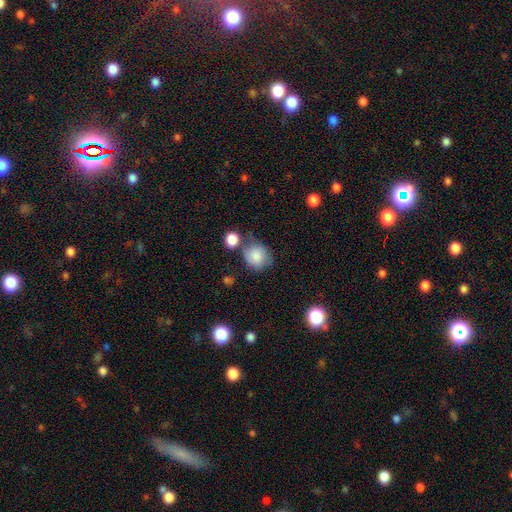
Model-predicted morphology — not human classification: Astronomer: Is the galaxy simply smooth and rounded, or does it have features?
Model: smooth — 81%.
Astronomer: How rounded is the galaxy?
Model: round — 75%.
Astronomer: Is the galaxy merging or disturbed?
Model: none — 53%.